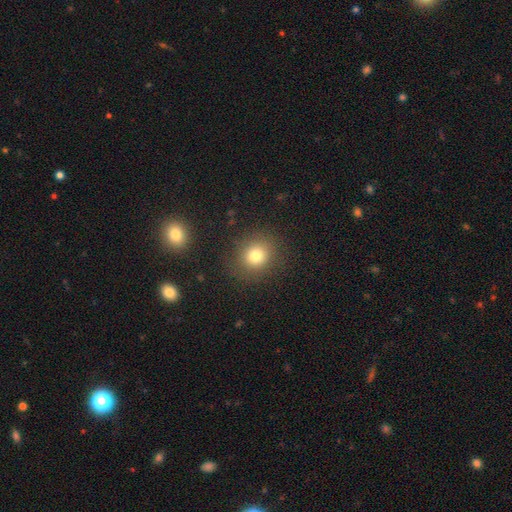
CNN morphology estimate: Smooth or featured? smooth (77%)
How rounded? round (81%)
Merging? none (86%)